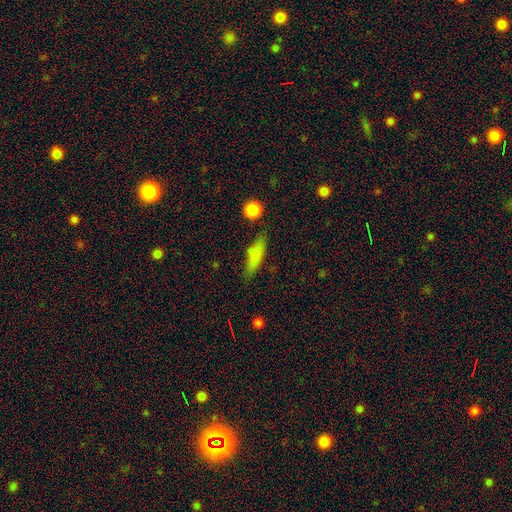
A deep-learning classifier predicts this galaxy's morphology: A smooth galaxy with no disk features (79%) that is cigar-shaped (58%). Merging: none (72%).